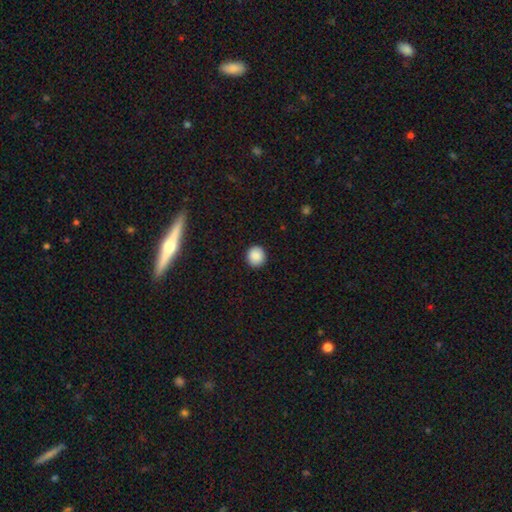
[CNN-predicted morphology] This is clearly a smooth galaxy (89%). How rounded: clearly round (91%). Merging: clearly none (92%).